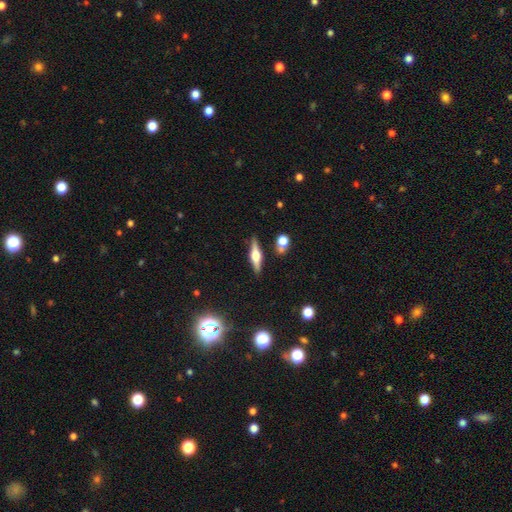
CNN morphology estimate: smooth-or-featured: featured or disk: 67% | smooth: 25% | star or artifact: 7%
  disk-edge-on: yes: 96% | no: 4%
    edge-on-bulge: rounded: 91% | boxy: 7% | none: 2%
  merging: none: 83% | minor disturbance: 9% | merger: 5% | major disturbance: 2%